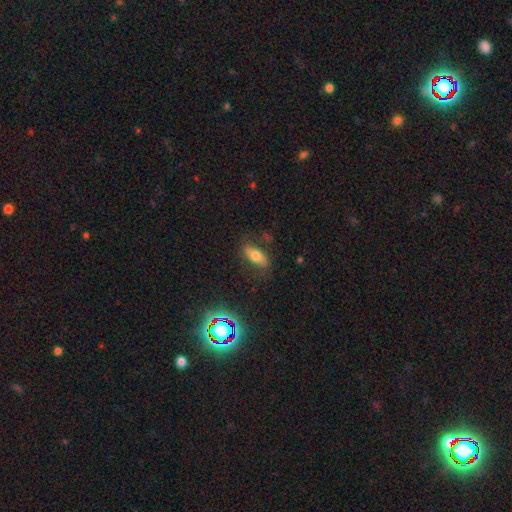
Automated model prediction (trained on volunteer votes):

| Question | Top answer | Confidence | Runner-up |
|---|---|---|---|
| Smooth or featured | smooth | 63% | featured or disk (24%) |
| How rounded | in between | 78% | cigar-shaped (17%) |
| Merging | none | 74% | minor disturbance (17%) |